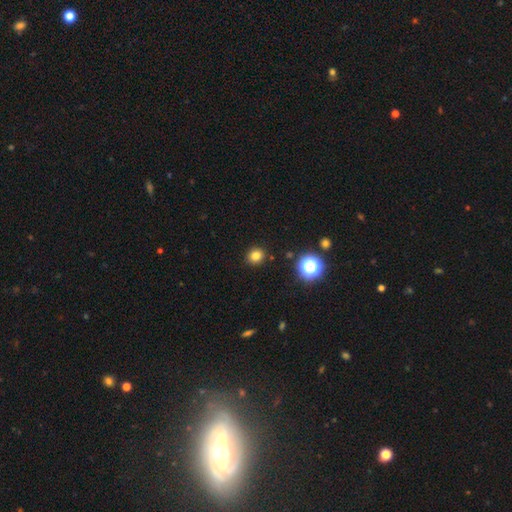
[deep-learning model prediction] Q: Smooth or featured?
A: smooth (79%); runner-up: star or artifact (15%)
Q: How rounded?
A: round (88%); runner-up: in between (11%)
Q: Merging?
A: none (92%); runner-up: minor disturbance (5%)